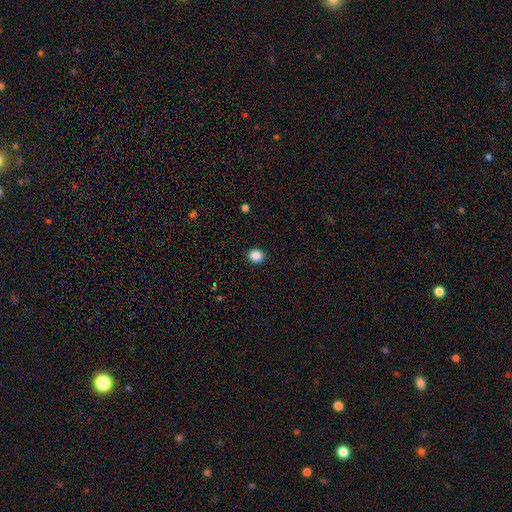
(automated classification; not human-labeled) smooth 87%, star or artifact 10%, featured or disk 3%. Down the decision tree: how rounded — round (73%); merging — none (92%).